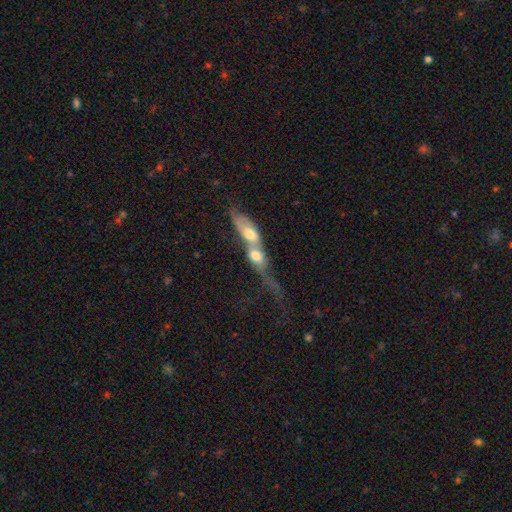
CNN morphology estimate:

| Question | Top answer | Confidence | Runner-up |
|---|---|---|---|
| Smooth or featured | smooth | 51% | featured or disk (40%) |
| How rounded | in between | 55% | cigar-shaped (33%) |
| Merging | merger | 83% | none (7%) |